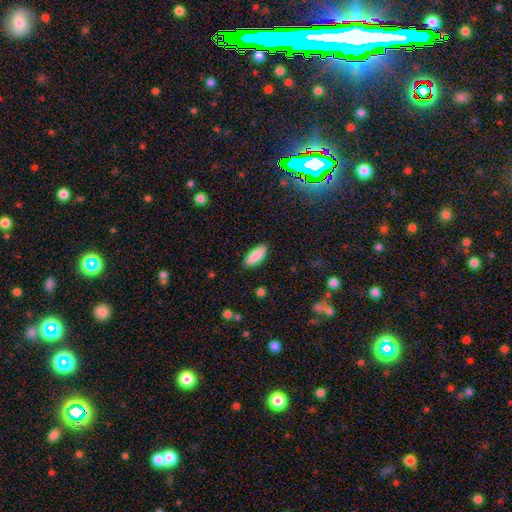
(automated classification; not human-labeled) Smooth or featured? Predicted: smooth (p=0.88). How rounded? Predicted: in between (p=0.73). Merging? Predicted: none (p=0.89).